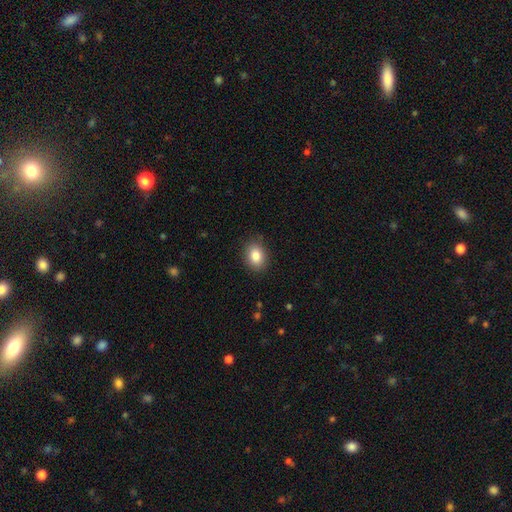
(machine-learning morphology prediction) This appears to be a smooth galaxy with no disk features (85%) that is in between round and cigar-shaped (63%). Merging: none (86%).